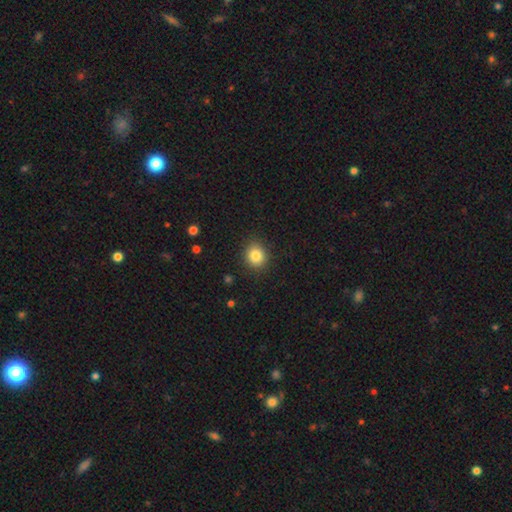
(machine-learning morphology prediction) type=smooth (83%); roundness=round (82%); merging=none (89%).